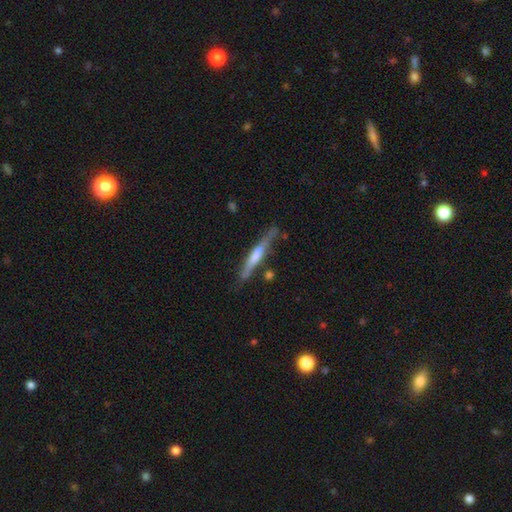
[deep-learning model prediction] Q: Smooth or featured?
A: featured or disk (55%); runner-up: smooth (39%)
Q: Edge-on disk?
A: yes (91%); runner-up: no (9%)
Q: Merging?
A: none (64%); runner-up: minor disturbance (23%)